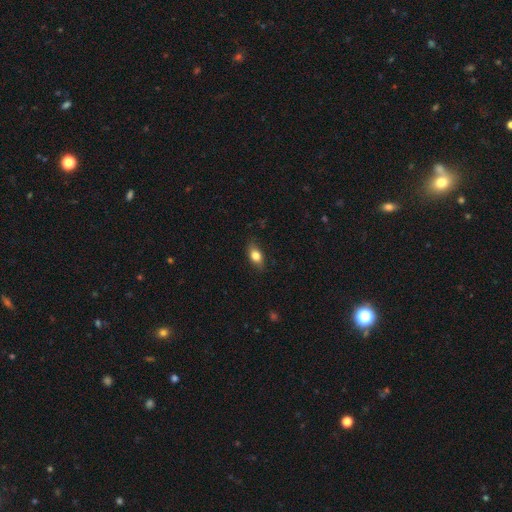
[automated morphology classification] Overall: smooth (78%). How rounded: in between (81%). Merging: none (81%).